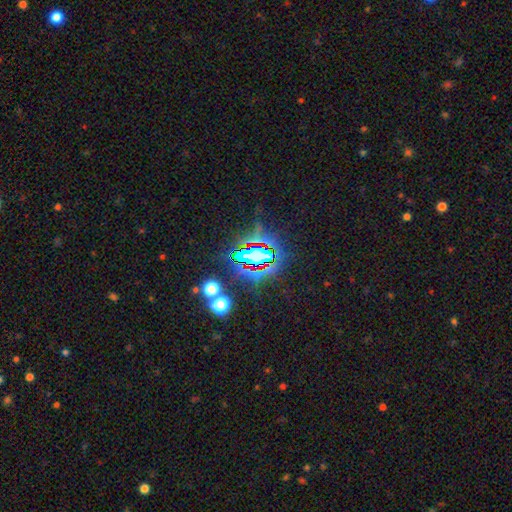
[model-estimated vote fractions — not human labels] Smooth or featured? star or artifact (74%)